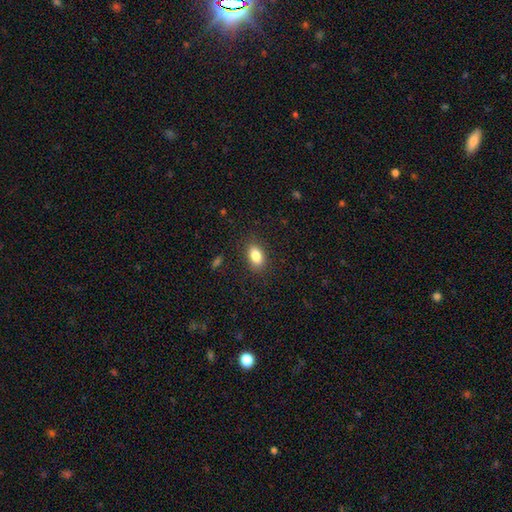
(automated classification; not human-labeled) Smooth or featured? Predicted: smooth (p=0.85). How rounded? Predicted: in between (p=0.88). Merging? Predicted: none (p=0.87).